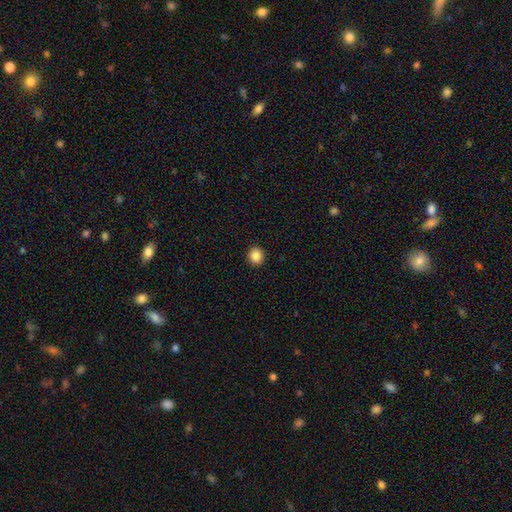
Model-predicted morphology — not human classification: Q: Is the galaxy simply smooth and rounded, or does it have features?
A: smooth — 86%.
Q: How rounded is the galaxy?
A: round — 86%.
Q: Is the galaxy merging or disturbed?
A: none — 93%.